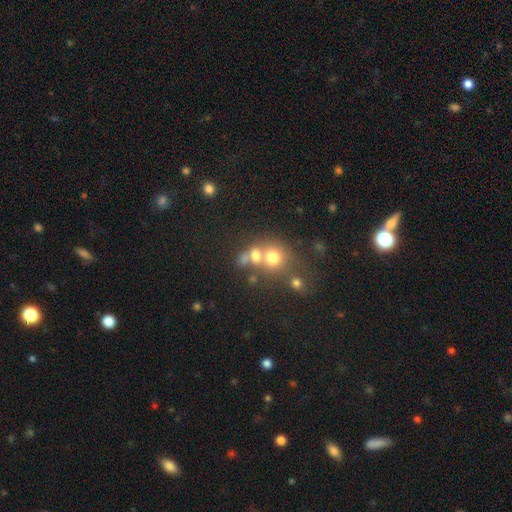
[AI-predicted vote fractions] Smooth or featured?
  - smooth: 68% *
  - star or artifact: 17%
  - featured or disk: 15%
How rounded?
  - round: 74% *
  - in between: 25%
  - cigar-shaped: 1%
Merging?
  - merger: 46% *
  - none: 39%
  - minor disturbance: 9%
  - major disturbance: 6%